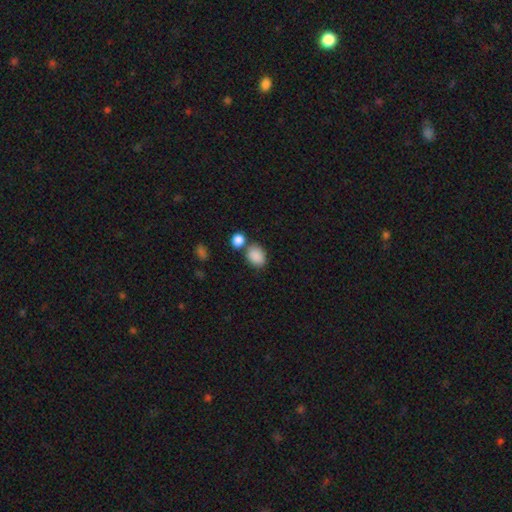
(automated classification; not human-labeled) Overall: smooth (87%). How rounded: in between (67%; round 32%). Merging: none (62%).